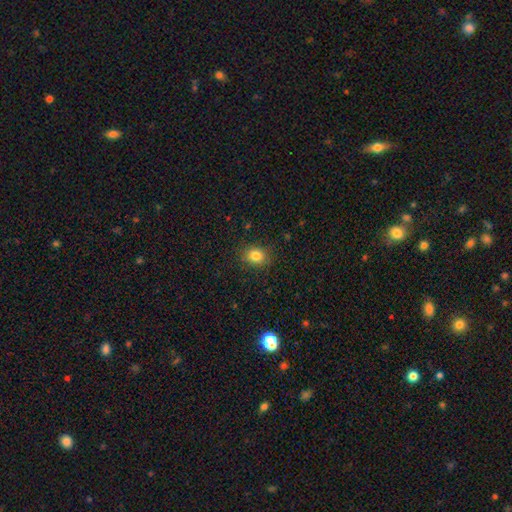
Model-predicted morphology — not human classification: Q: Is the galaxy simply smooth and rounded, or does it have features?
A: smooth — 83%.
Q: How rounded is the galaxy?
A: round — 59%.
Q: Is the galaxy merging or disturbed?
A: none — 87%.